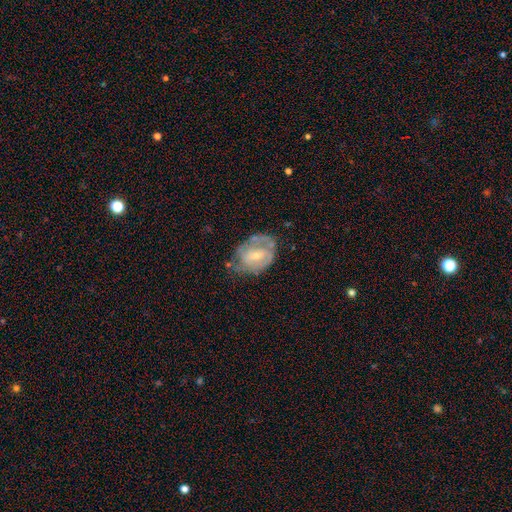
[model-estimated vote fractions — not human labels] This is likely a featured or disk galaxy (65%). It is clearly not viewed edge-on (96%). Bar: possibly weak (46%). Spiral arm pattern: likely yes (65%). Central bulge: possibly small (56%). Merging: possibly none (48%).